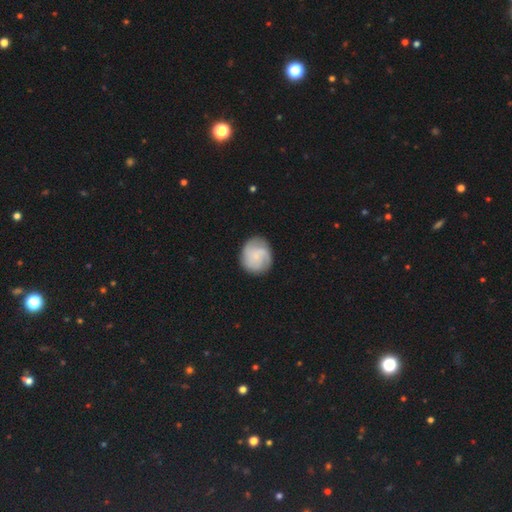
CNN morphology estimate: A featured or disk galaxy (48%). Merging: none (80%).